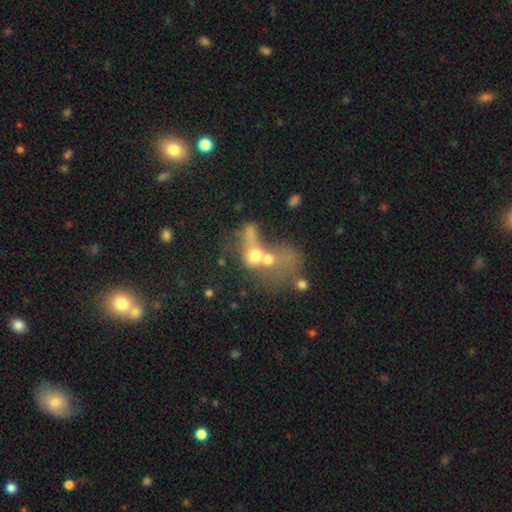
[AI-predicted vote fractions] smooth-or-featured: smooth: 50% | featured or disk: 34% | star or artifact: 15%
  how-rounded: in between: 48% (tied) | round: 48% (tied) | cigar-shaped: 4%
  merging: merger: 71% | major disturbance: 15% | none: 9% | minor disturbance: 5%